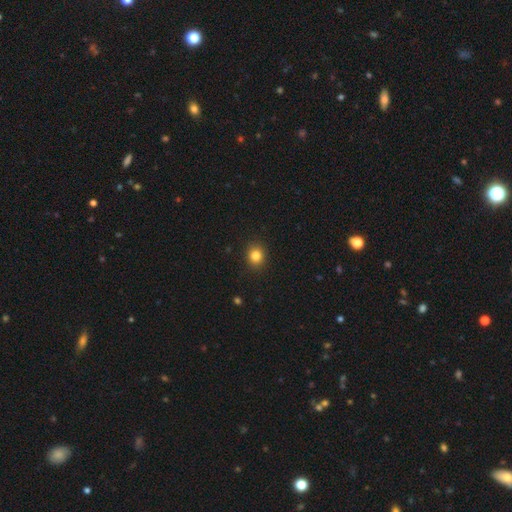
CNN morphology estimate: type=smooth (83%); roundness=round (74%); merging=none (90%).